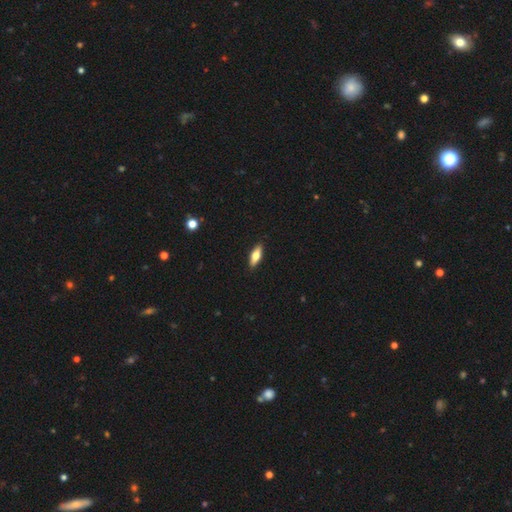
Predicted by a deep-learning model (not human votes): The model was most divided on "how rounded": in between: 65%, cigar-shaped: 32%, round: 3%. More confident: merging — none (90%); smooth or featured — smooth (67%).